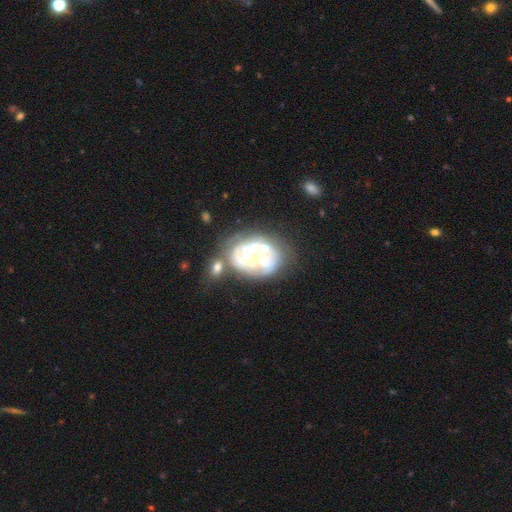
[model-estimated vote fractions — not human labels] A featured or disk galaxy (75%) with no bar (49%), tight (51%) spiral arms (71%) and a moderate central bulge (36%).

Vote fractions:
- Smooth or featured? featured or disk: 75% / smooth: 16% / star or artifact: 9%
- Edge-on disk? no: 97% / yes: 3%
- Bar? no: 49% / weak: 31% / strong: 20%
- Spiral arms? yes: 71% / no: 29%
- Spiral winding? tight: 51% / medium: 34% / loose: 15%
- Spiral arm count? can't tell: 38% / 3: 23% / 2: 21% / 4: 9% / 1: 6% / more than 4: 4%
- Bulge size? moderate: 36% / small: 24% / none: 22% / large: 15% / dominant: 3%
- Merging? none: 44% / minor disturbance: 21% / major disturbance: 20% / merger: 15%